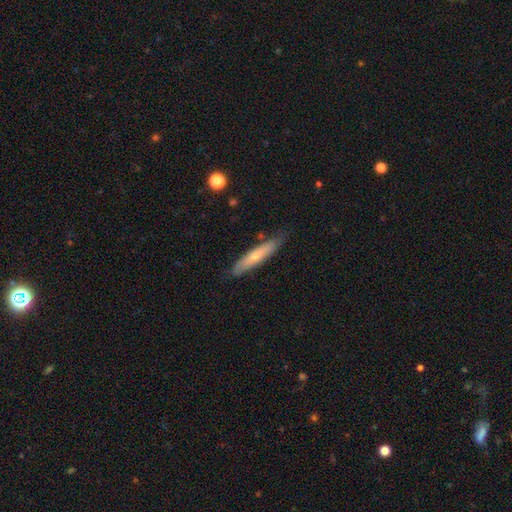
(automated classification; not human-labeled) smooth 58%, featured or disk 36%, star or artifact 6%. Down the decision tree: how rounded — cigar-shaped (88%); merging — none (79%).